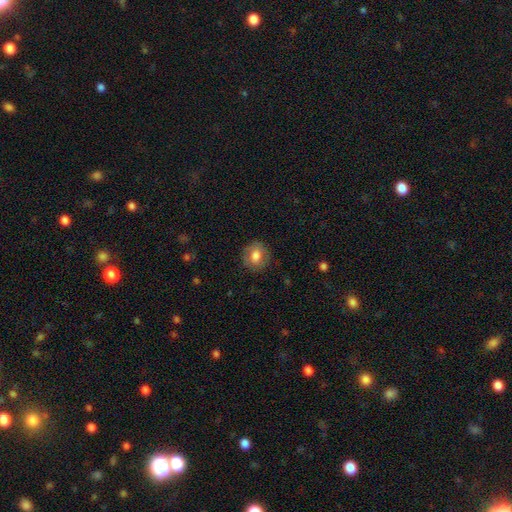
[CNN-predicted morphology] This appears to be a smooth galaxy with no disk features (71%) that is round (74%). Merging: none (84%).